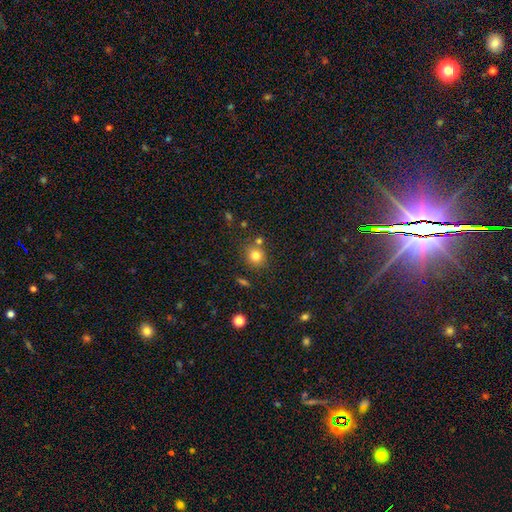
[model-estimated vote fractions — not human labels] A smooth galaxy with no disk features (79%) that is round (85%).

Vote fractions:
- Smooth or featured? smooth: 79% / star or artifact: 13% / featured or disk: 8%
- How rounded? round: 85% / in between: 14% / cigar-shaped: 1%
- Merging? none: 75% / merger: 12% / minor disturbance: 10% / major disturbance: 3%